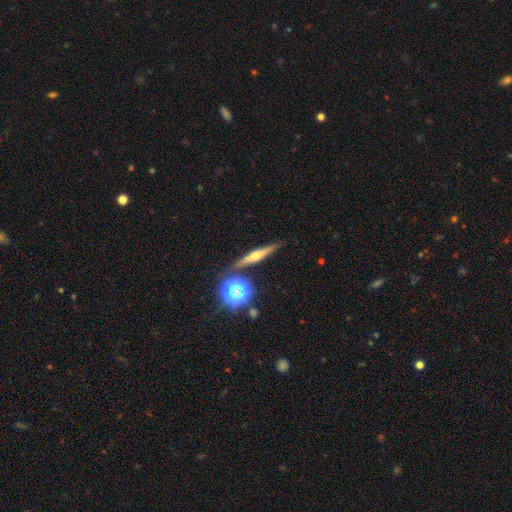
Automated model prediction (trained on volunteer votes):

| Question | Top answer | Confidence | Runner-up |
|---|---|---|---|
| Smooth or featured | featured or disk | 59% | smooth (28%) |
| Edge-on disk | yes | 94% | no (6%) |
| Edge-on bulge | rounded | 90% | none (5%) |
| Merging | none | 86% | minor disturbance (8%) |